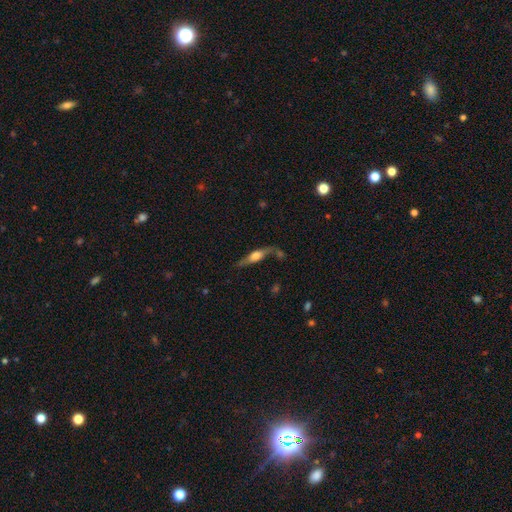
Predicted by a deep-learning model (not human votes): The model was most divided on "smooth or featured": featured or disk: 61%, smooth: 32%, star or artifact: 7%. More confident: edge-on disk — yes (82%); merging — none (60%).